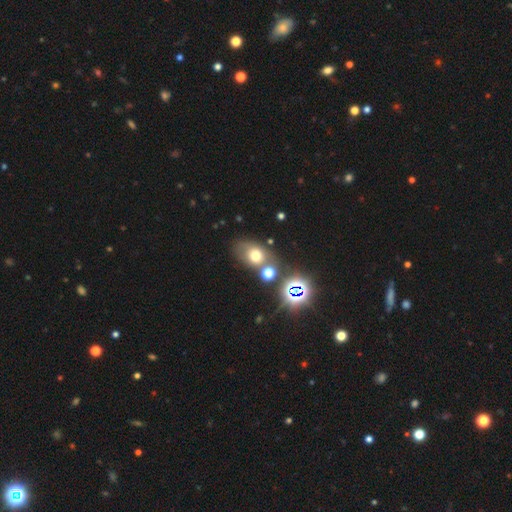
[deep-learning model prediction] smooth-or-featured: smooth: 62% | star or artifact: 21% | featured or disk: 17%
  how-rounded: in between: 64% | round: 35% | cigar-shaped: 1%
  merging: none: 56% | merger: 22% | minor disturbance: 15% | major disturbance: 7%